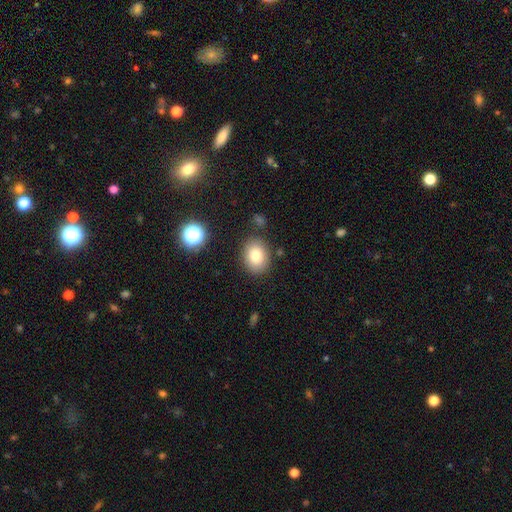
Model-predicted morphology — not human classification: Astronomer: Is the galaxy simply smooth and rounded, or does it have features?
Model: smooth — 81%.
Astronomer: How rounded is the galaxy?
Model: in between — 58% (runner-up: round, 41%).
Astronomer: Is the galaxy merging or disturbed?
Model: none — 84%.